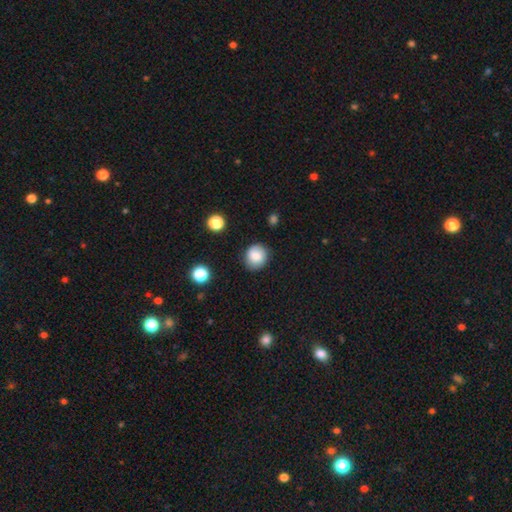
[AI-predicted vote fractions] Overall: smooth (82%). How rounded: round (83%). Merging: none (82%).